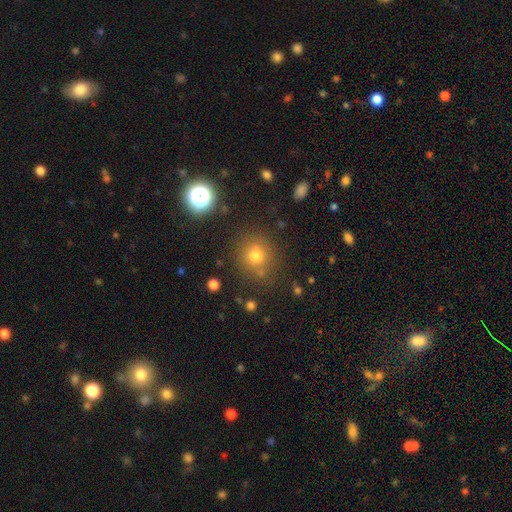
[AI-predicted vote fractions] Overall: smooth (68%). How rounded: round (91%). Merging: none (83%).